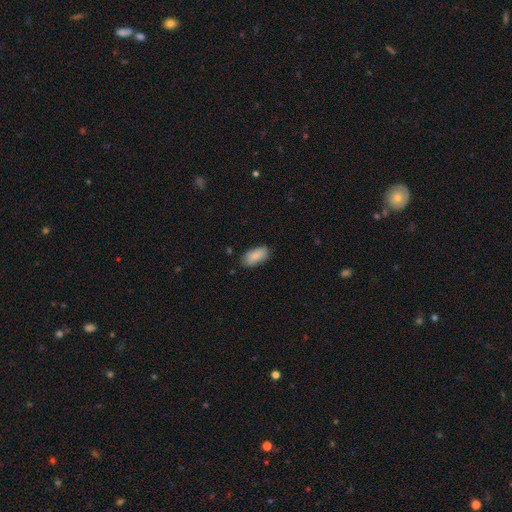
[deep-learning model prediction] This appears to be a smooth galaxy with no disk features (85%) that is in between round and cigar-shaped (93%). Merging: none (77%).